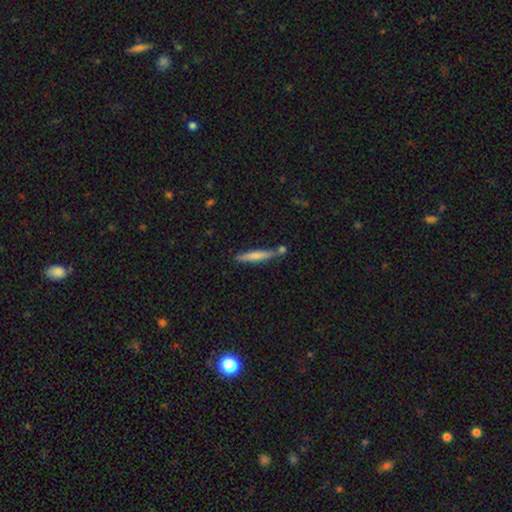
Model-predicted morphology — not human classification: Q: Smooth or featured?
A: smooth (62%); runner-up: featured or disk (32%)
Q: How rounded?
A: cigar-shaped (93%); runner-up: in between (5%)
Q: Merging?
A: none (65%); runner-up: merger (16%)